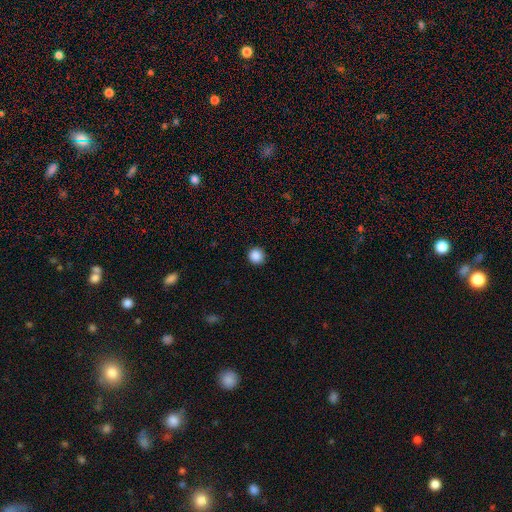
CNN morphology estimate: This appears to be a smooth galaxy with no disk features (88%) that is round (94%). Merging: none (92%).